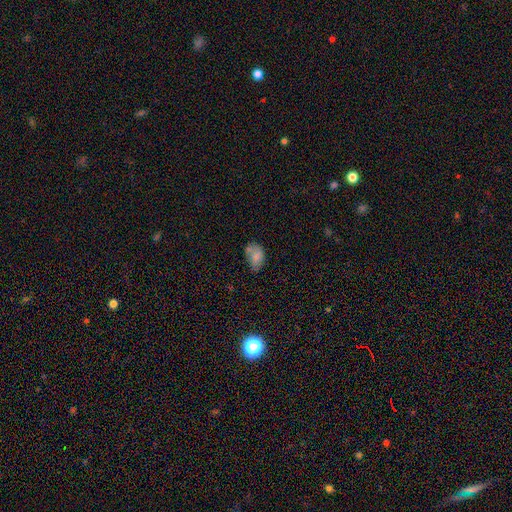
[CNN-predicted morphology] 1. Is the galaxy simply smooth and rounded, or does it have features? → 73% smooth, 17% featured or disk, 10% star or artifact.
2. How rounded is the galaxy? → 83% in between, 15% round, 1% cigar-shaped.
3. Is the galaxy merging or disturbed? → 40% none, 32% minor disturbance, 15% major disturbance, 13% merger.